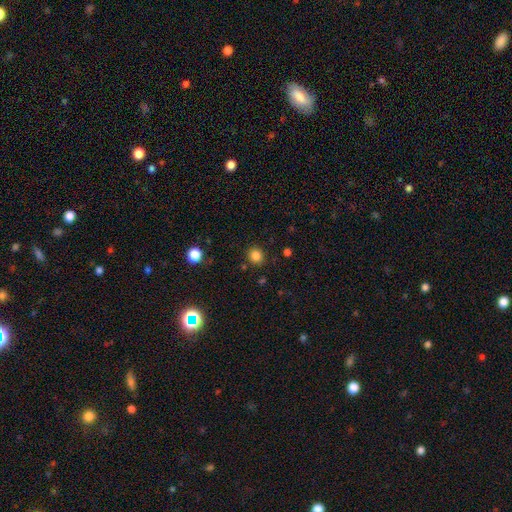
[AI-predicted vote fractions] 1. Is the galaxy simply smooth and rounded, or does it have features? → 82% smooth, 14% star or artifact, 4% featured or disk.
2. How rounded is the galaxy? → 86% round, 13% in between, 1% cigar-shaped.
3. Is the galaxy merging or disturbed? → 88% none, 7% minor disturbance, 2% major disturbance, 2% merger.